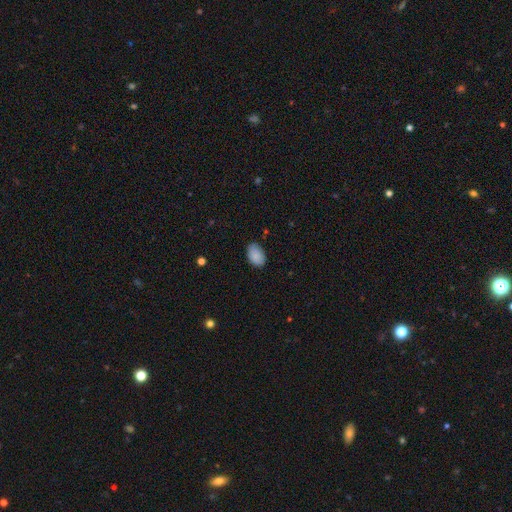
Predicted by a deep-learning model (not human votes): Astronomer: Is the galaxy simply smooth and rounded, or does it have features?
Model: smooth — 88%.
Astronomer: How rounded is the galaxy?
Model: in between — 89%.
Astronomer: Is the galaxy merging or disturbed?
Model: none — 79%.